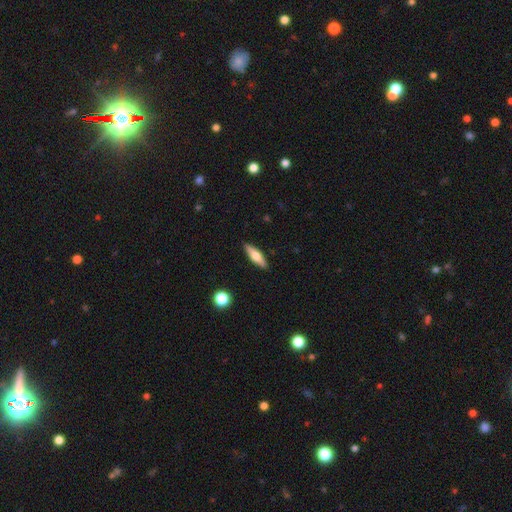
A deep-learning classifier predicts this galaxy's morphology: A smooth galaxy with no disk features (59%) that is cigar-shaped (62%). Merging: none (89%).